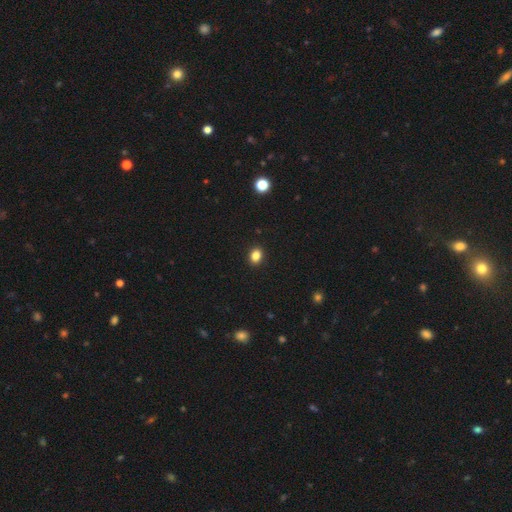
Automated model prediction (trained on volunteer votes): Q: Smooth or featured?
A: smooth (85%); runner-up: star or artifact (11%)
Q: How rounded?
A: in between (57%); runner-up: round (42%)
Q: Merging?
A: none (91%); runner-up: minor disturbance (6%)